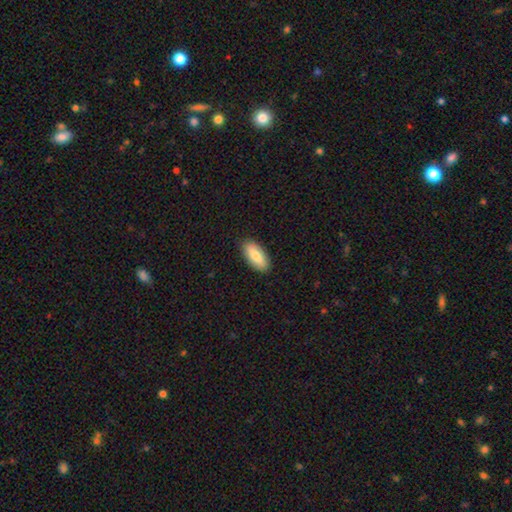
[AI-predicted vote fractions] Smooth or featured? Predicted: smooth (p=0.76). How rounded? Predicted: in between (p=0.84). Merging? Predicted: none (p=0.89).